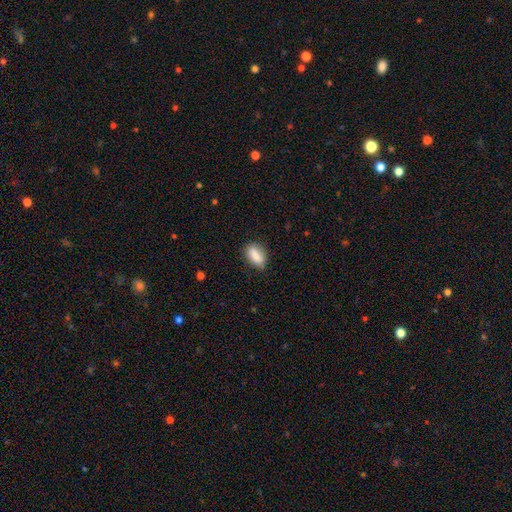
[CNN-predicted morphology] Smooth or featured: smooth — 81% (featured or disk — 11%)
How rounded: in between — 76% (cigar-shaped — 17%)
Merging: none — 80% (minor disturbance — 15%)